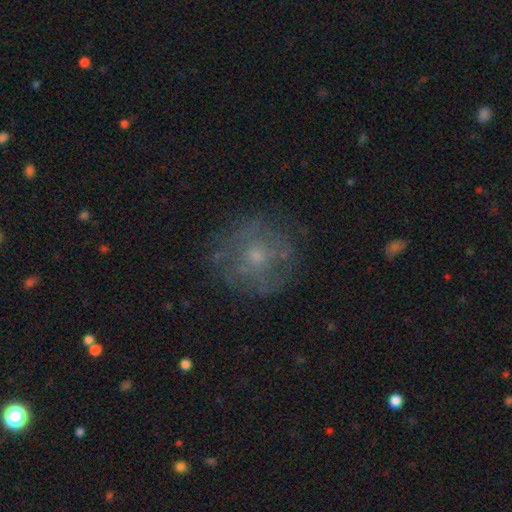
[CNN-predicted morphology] This appears to be a featured or disk galaxy (47%). Merging: none (74%).